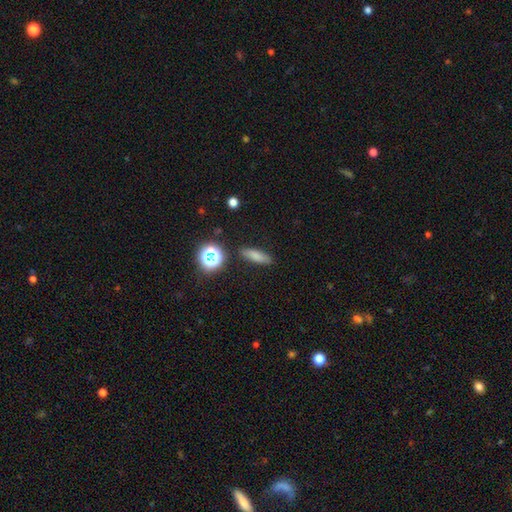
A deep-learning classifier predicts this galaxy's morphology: A smooth galaxy with no disk features (76%) that is cigar-shaped (52%).

Vote fractions:
- Smooth or featured? smooth: 76% / star or artifact: 13% / featured or disk: 11%
- How rounded? cigar-shaped: 52% / in between: 41% / round: 7%
- Merging? none: 86% / minor disturbance: 9% / major disturbance: 3% / merger: 2%